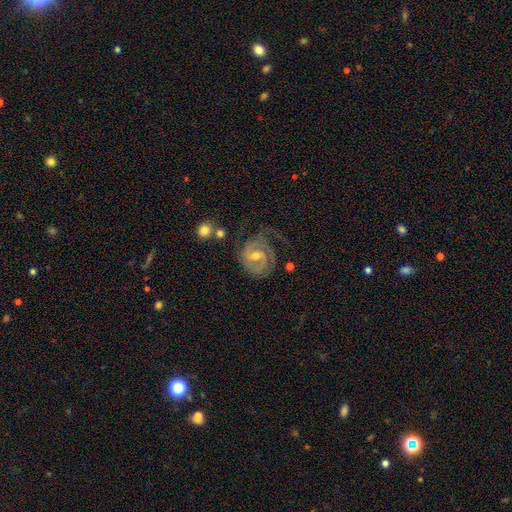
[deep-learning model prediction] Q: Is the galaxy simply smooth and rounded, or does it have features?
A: featured or disk — 86%.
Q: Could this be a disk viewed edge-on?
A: no — 98%.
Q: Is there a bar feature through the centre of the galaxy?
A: weak — 53%.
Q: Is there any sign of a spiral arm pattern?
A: yes — 96%.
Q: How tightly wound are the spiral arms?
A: tight — 57%.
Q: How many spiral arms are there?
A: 2 — 52%.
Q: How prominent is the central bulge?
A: moderate — 58%.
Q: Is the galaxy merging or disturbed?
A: none — 57%.